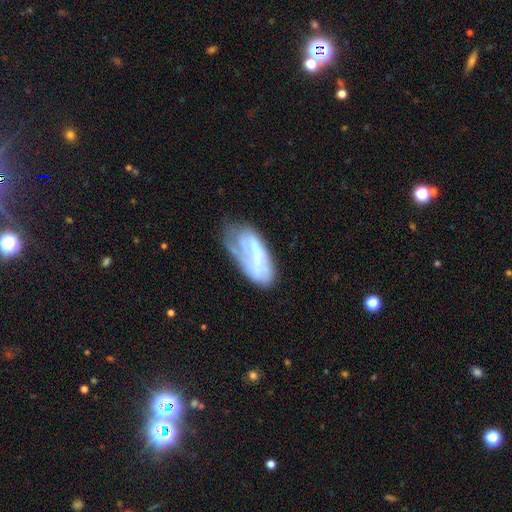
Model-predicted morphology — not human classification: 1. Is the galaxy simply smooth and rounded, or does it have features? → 55% featured or disk, 35% smooth, 9% star or artifact.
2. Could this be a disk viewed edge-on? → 90% no, 10% yes.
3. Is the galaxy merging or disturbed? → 37% none, 30% minor disturbance, 28% major disturbance, 5% merger.